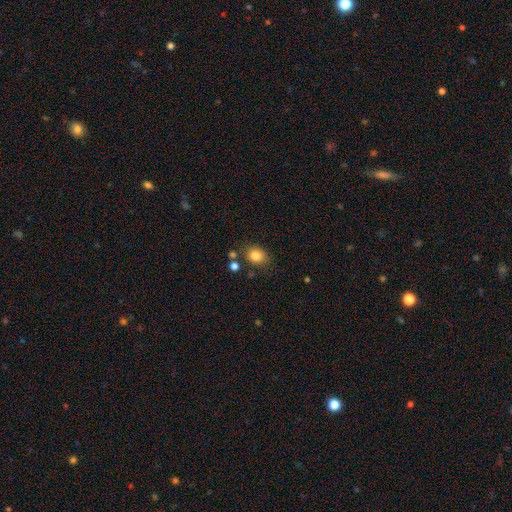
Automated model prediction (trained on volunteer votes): Morphology: type=smooth (83%); roundness=round (61%); merging=none (77%).